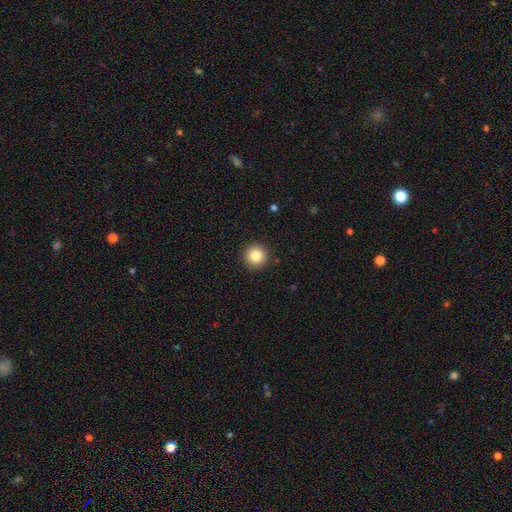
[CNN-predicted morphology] smooth_or_featured: smooth (p=0.84) [alt: star or artifact p=0.10]
how_rounded: round (p=0.96) [alt: in between p=0.03]
merging: none (p=0.92) [alt: minor disturbance p=0.05]